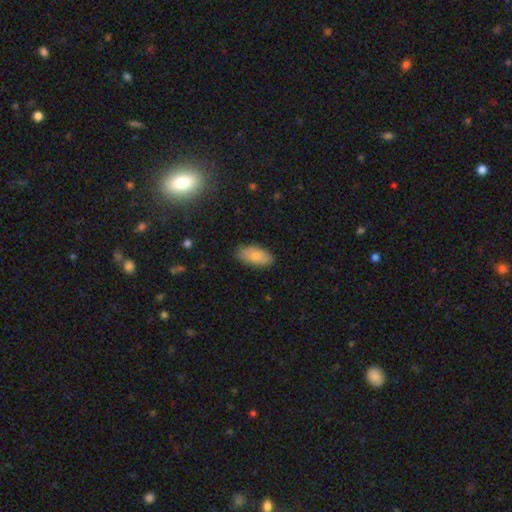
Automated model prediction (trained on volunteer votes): smooth_or_featured: smooth (p=0.81) [alt: featured or disk p=0.13]
how_rounded: in between (p=0.93) [alt: cigar-shaped p=0.05]
merging: none (p=0.81) [alt: minor disturbance p=0.15]